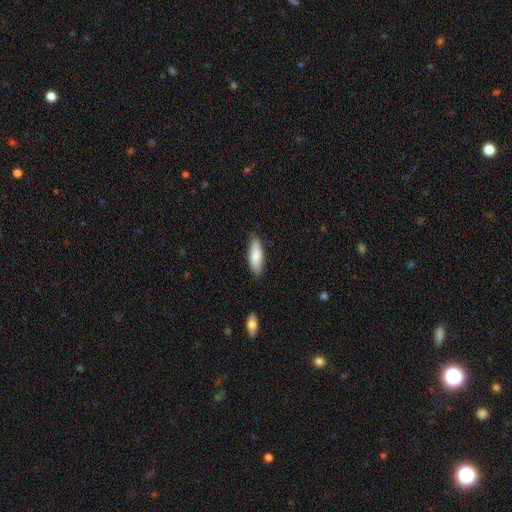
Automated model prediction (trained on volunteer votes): smooth 83%, featured or disk 11%, star or artifact 6%. Down the decision tree: how rounded — in between (61%); merging — none (80%).